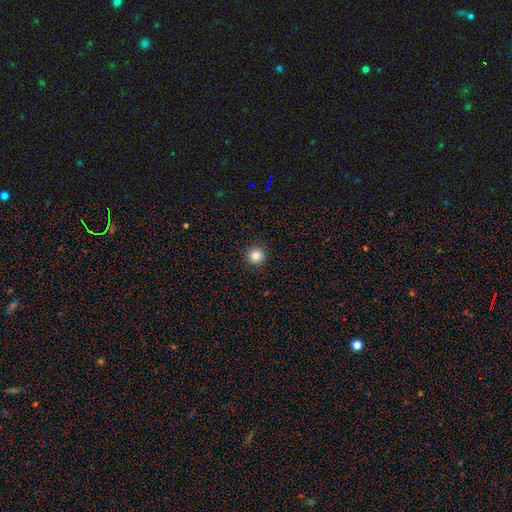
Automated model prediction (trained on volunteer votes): smooth 84%, star or artifact 12%, featured or disk 5%. Down the decision tree: how rounded — round (95%); merging — none (92%).